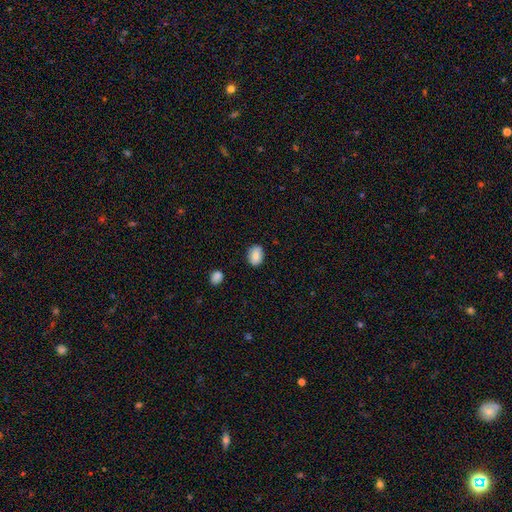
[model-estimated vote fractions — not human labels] A smooth galaxy with no disk features (85%) that is in between round and cigar-shaped (76%). Merging: none (84%).